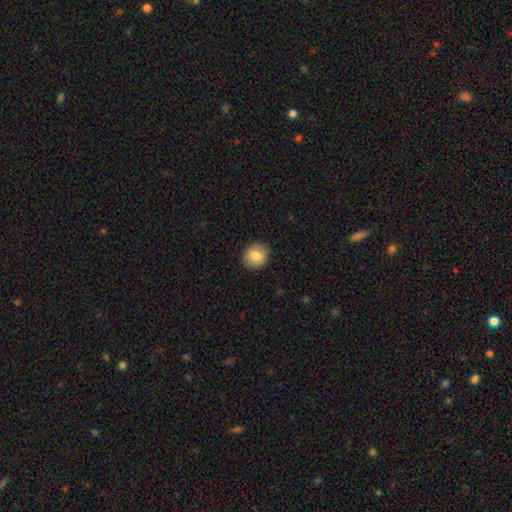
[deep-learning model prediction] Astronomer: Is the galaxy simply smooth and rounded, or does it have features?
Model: smooth — 83%.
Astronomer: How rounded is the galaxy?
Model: round — 80%.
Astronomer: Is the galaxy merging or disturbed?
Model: none — 90%.